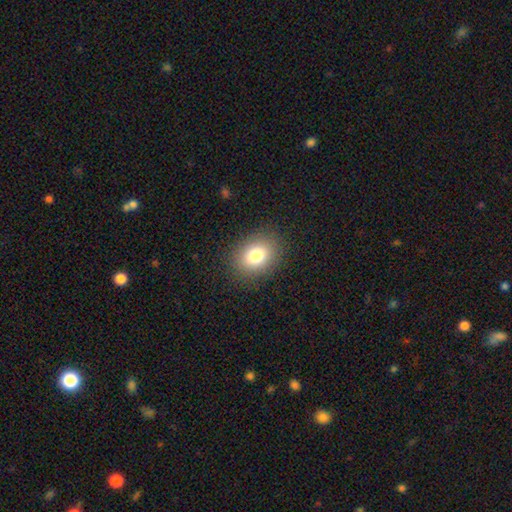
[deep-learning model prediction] Smooth or featured? smooth (79%)
How rounded? in between (60%)
Merging? none (87%)